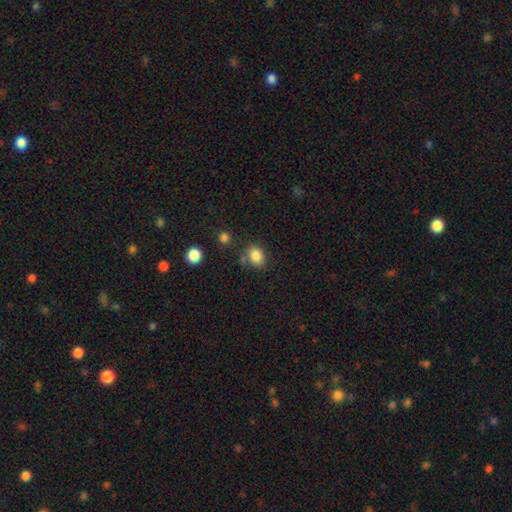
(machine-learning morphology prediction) Smooth or featured: smooth — 85% (star or artifact — 10%)
How rounded: round — 56% (in between — 44%)
Merging: none — 71% (minor disturbance — 15%)